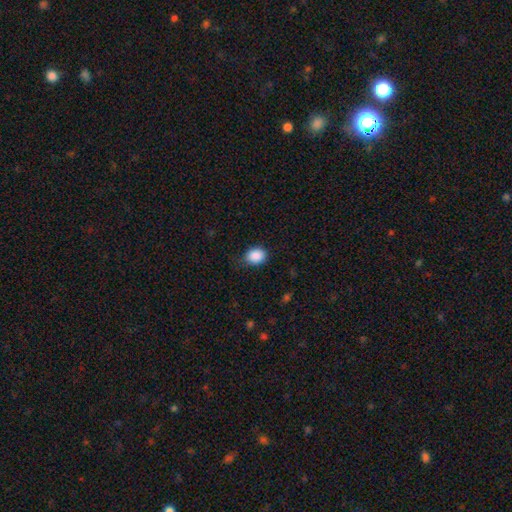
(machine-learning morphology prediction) smooth_or_featured: smooth (p=0.88) [alt: star or artifact p=0.08]
how_rounded: round (p=0.53) [alt: in between p=0.46]
merging: none (p=0.75) [alt: minor disturbance p=0.20]